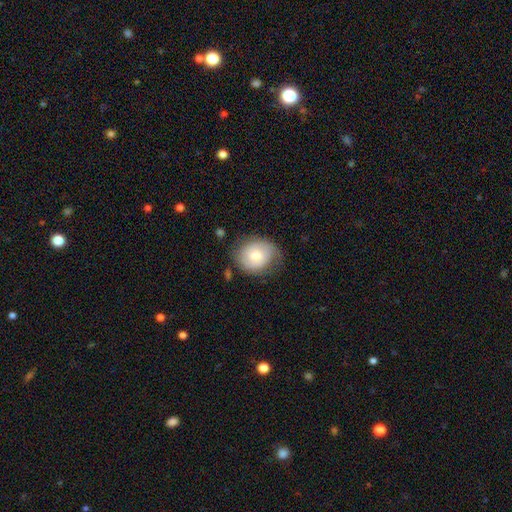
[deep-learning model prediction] Smooth or featured?
  - featured or disk: 49% *
  - smooth: 44%
  - star or artifact: 7%
Merging?
  - none: 68% *
  - minor disturbance: 22%
  - major disturbance: 8%
  - merger: 2%